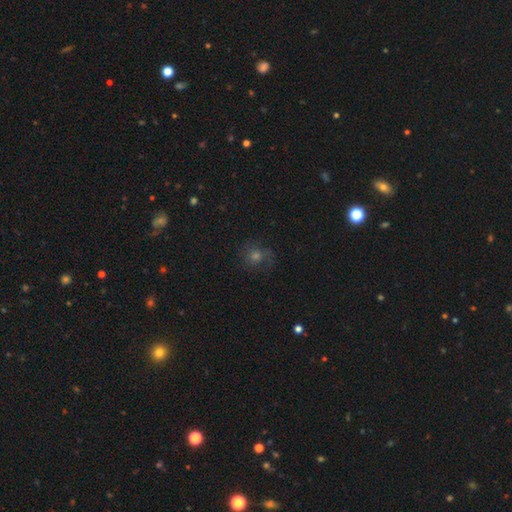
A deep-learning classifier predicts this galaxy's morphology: smooth-or-featured: smooth: 41% | star or artifact: 30% | featured or disk: 29%
  merging: none: 71% | minor disturbance: 16% | major disturbance: 11% | merger: 2%